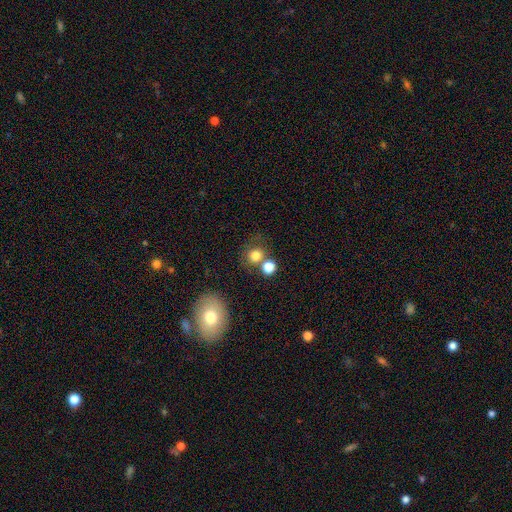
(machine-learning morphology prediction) smooth 78%, star or artifact 13%, featured or disk 9%. Down the decision tree: how rounded — round (82%); merging — none (58%).